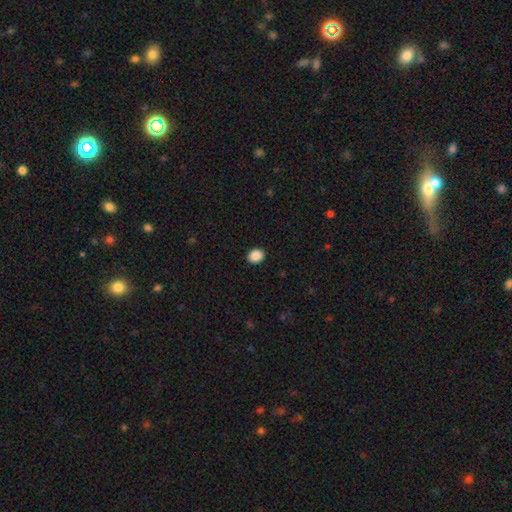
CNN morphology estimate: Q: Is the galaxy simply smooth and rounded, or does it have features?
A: smooth — 89%.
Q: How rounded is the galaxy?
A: round — 59%.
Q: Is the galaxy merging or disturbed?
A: none — 91%.